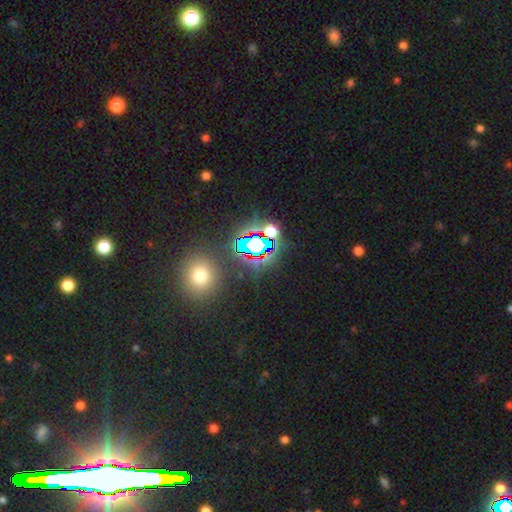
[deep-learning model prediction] A star or artifact, not a galaxy (74%).